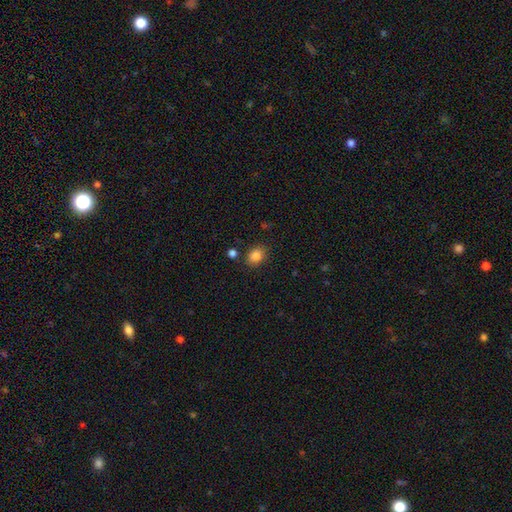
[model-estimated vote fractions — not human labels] A smooth galaxy with no disk features (85%) that is in between round and cigar-shaped (57%). Merging: none (80%).